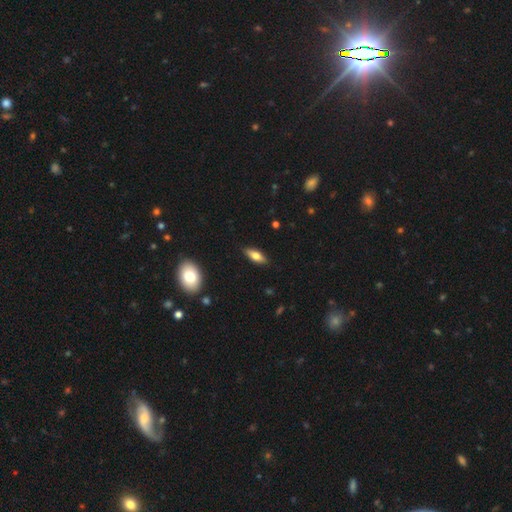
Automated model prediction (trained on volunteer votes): A smooth galaxy with no disk features (63%) that is in between round and cigar-shaped (64%). Merging: none (86%).